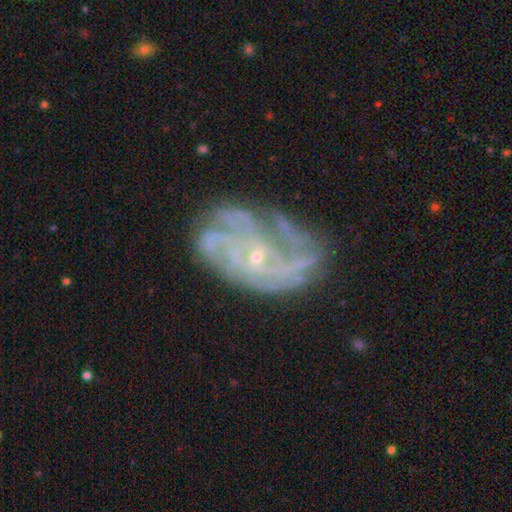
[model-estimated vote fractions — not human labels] smooth_or_featured: featured or disk (p=0.83) [alt: star or artifact p=0.09]
disk_edge_on: no (p=0.97) [alt: yes p=0.03]
bar: no (p=0.71) [alt: weak p=0.24]
has_spiral_arms: yes (p=0.92) [alt: no p=0.08]
spiral_winding: tight (p=0.51) [alt: medium p=0.37]
spiral_arm_count: can't tell (p=0.32) [alt: 4 p=0.22]
bulge_size: small (p=0.81) [alt: moderate p=0.15]
merging: none (p=0.58) [alt: minor disturbance p=0.23]